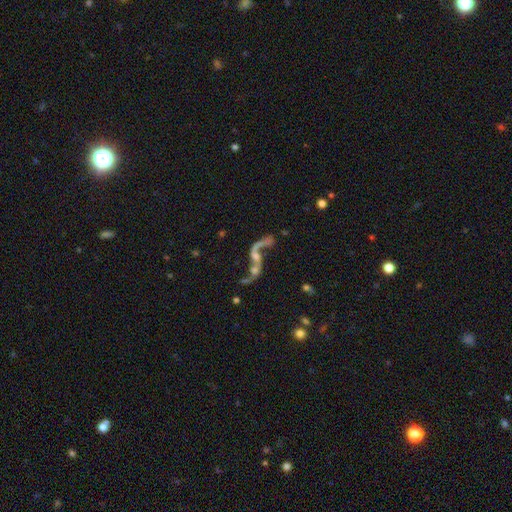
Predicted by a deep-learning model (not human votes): Q: Smooth or featured?
A: featured or disk (76%); runner-up: smooth (13%)
Q: Edge-on disk?
A: no (93%); runner-up: yes (7%)
Q: Bar?
A: no (58%); runner-up: weak (30%)
Q: Spiral arms?
A: yes (78%); runner-up: no (22%)
Q: Spiral winding?
A: loose (93%); runner-up: medium (5%)
Q: Spiral arm count?
A: 2 (77%); runner-up: 1 (17%)
Q: Bulge size?
A: small (37%); runner-up: none (29%)
Q: Merging?
A: merger (36%); runner-up: none (32%)